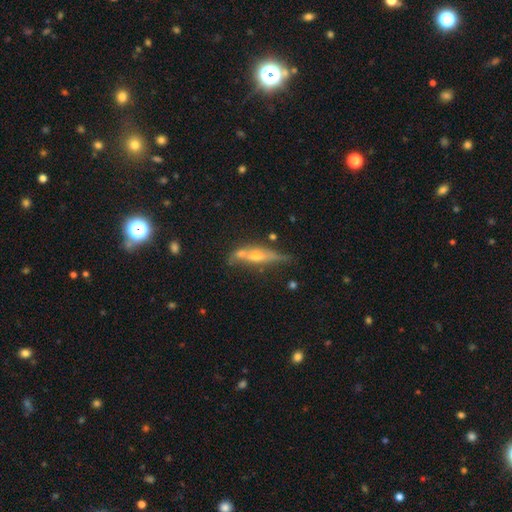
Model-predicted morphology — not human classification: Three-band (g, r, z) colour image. It shows a featured or disk galaxy (66%) viewed edge-on (85%) with a rounded central bulge (84%). Merging: none (53%).